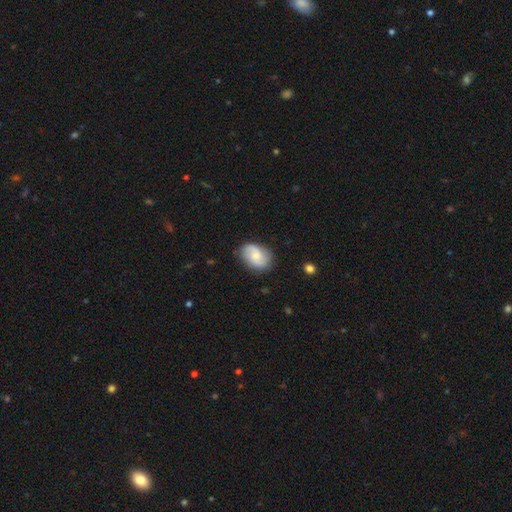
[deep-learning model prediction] Q: Smooth or featured?
A: featured or disk (52%); runner-up: smooth (42%)
Q: Edge-on disk?
A: no (97%); runner-up: yes (3%)
Q: Merging?
A: none (79%); runner-up: minor disturbance (16%)